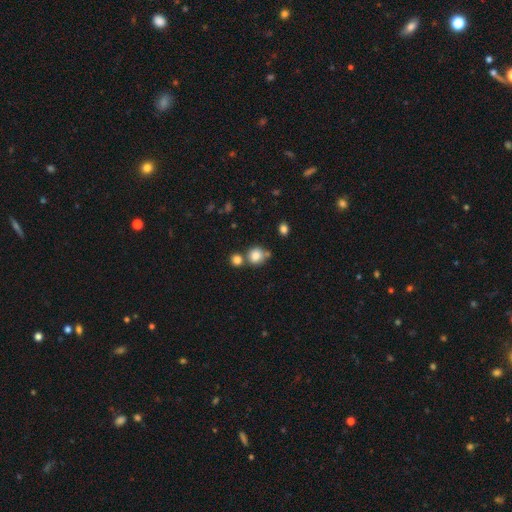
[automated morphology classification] Smooth or featured: smooth — 83% (star or artifact — 11%)
How rounded: round — 83% (in between — 16%)
Merging: none — 59% (merger — 24%)